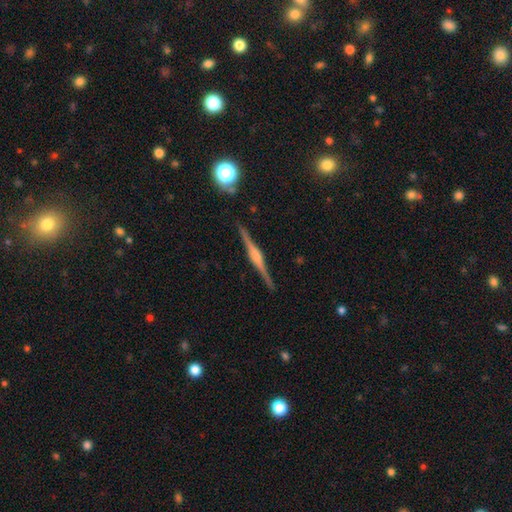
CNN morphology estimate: Q: Smooth or featured?
A: featured or disk (83%); runner-up: smooth (11%)
Q: Edge-on disk?
A: yes (98%); runner-up: no (2%)
Q: Edge-on bulge?
A: rounded (68%); runner-up: boxy (25%)
Q: Merging?
A: none (91%); runner-up: minor disturbance (6%)